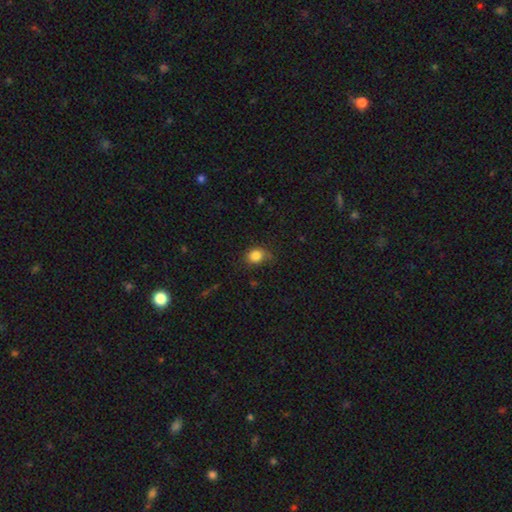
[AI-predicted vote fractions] Q: Smooth or featured?
A: smooth (84%); runner-up: star or artifact (11%)
Q: How rounded?
A: round (65%); runner-up: in between (34%)
Q: Merging?
A: none (69%); runner-up: minor disturbance (24%)